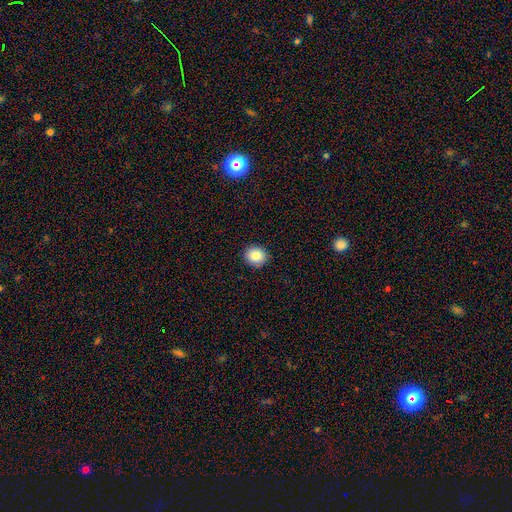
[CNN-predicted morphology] Smooth or featured: smooth — 85% (star or artifact — 9%)
How rounded: round — 81% (in between — 18%)
Merging: none — 91% (minor disturbance — 6%)